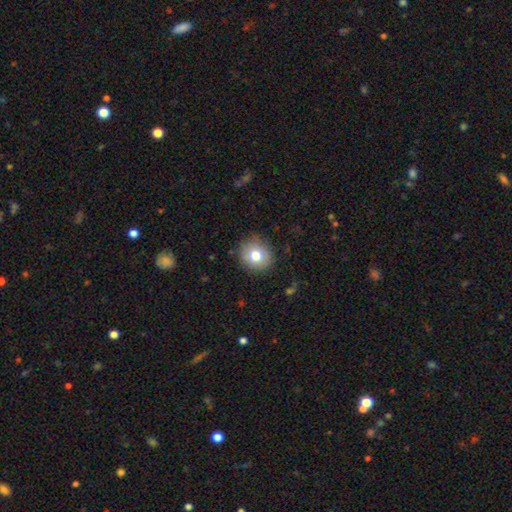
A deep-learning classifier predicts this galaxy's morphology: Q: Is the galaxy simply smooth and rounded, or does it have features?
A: smooth — 76%.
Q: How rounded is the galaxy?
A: round — 87%.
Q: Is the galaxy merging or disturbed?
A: none — 86%.